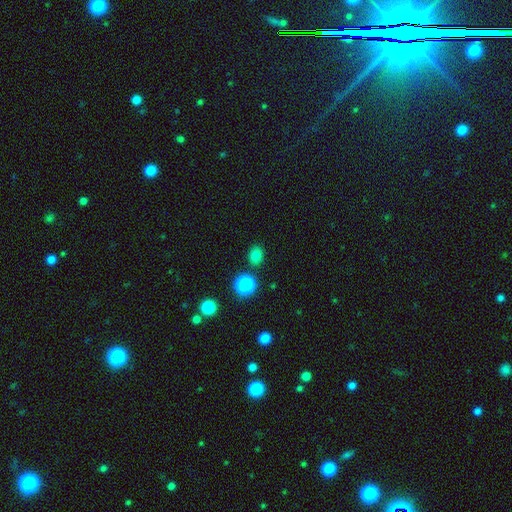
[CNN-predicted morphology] Q: Smooth or featured?
A: smooth (77%); runner-up: star or artifact (18%)
Q: How rounded?
A: round (56%); runner-up: in between (43%)
Q: Merging?
A: none (84%); runner-up: minor disturbance (9%)